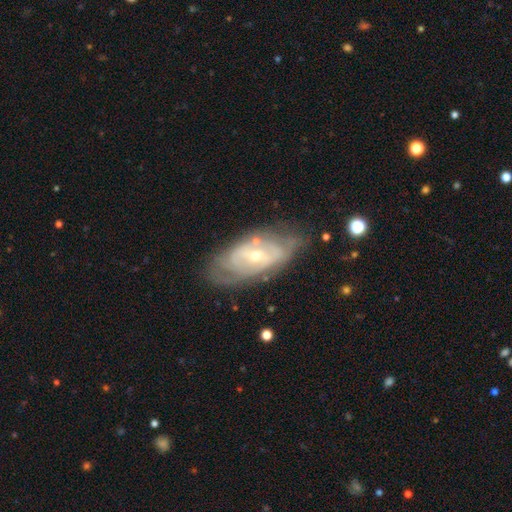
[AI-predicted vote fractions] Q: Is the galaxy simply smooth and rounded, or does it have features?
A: featured or disk — 77%.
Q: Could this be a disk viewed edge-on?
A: no — 91%.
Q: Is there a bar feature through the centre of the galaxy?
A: no — 51%.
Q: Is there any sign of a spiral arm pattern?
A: yes — 73%.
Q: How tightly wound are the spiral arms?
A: tight — 60%.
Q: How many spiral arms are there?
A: can't tell — 47%.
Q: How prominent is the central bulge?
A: small — 60%.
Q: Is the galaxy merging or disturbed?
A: none — 65%.